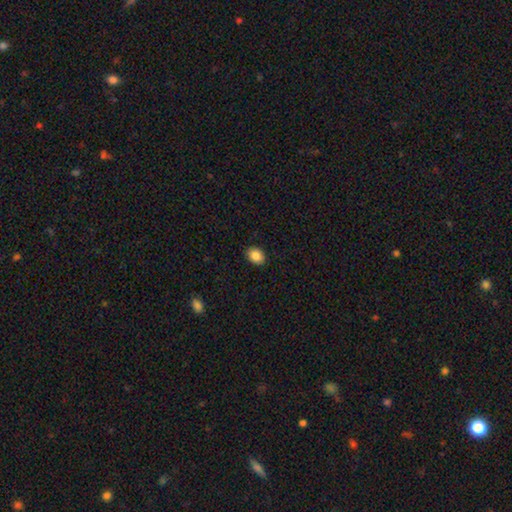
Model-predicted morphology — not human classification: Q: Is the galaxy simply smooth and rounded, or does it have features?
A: smooth — 87%.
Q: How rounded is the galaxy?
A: in between — 72%.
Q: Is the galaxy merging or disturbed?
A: none — 90%.